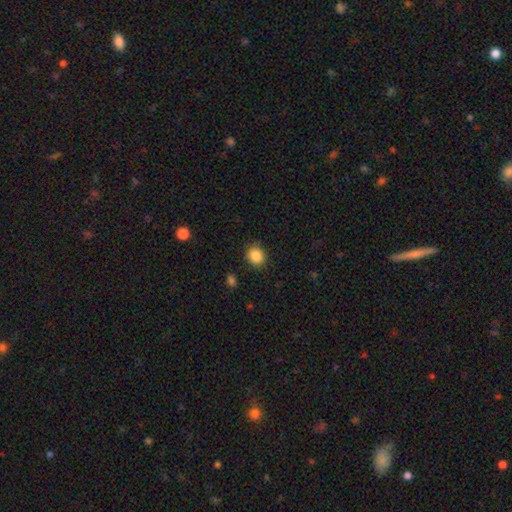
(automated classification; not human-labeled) Smooth or featured? smooth (87%)
How rounded? round (74%)
Merging? none (86%)